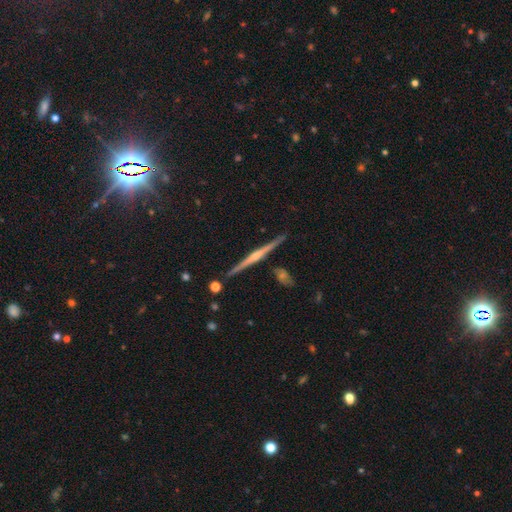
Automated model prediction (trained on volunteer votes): smooth_or_featured: featured or disk (p=0.79) [alt: smooth p=0.15]
disk_edge_on: yes (p=0.98) [alt: no p=0.02]
edge_on_bulge: rounded (p=0.66) [alt: none p=0.21]
merging: none (p=0.89) [alt: minor disturbance p=0.07]